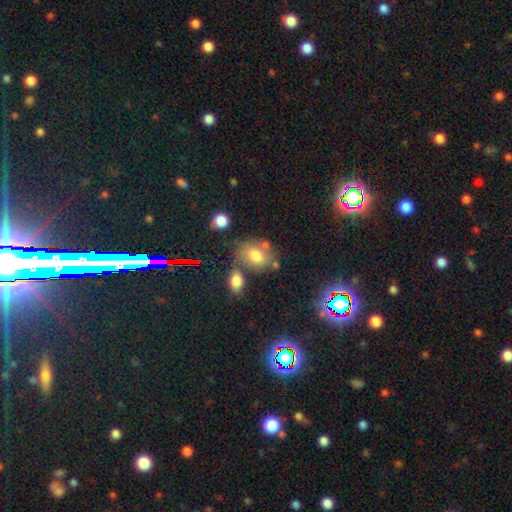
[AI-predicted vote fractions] smooth 71%, featured or disk 15%, star or artifact 14%. Down the decision tree: how rounded — in between (61%); merging — none (57%).